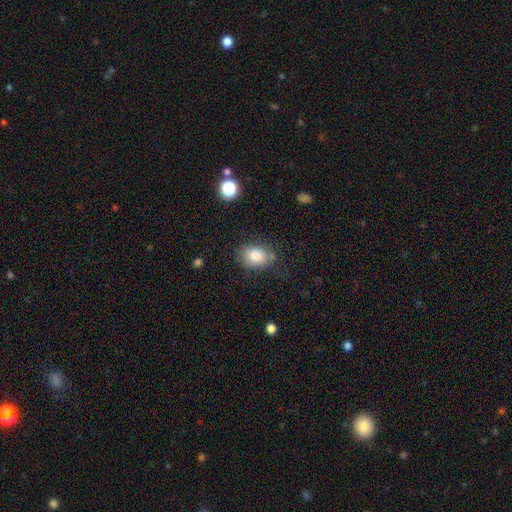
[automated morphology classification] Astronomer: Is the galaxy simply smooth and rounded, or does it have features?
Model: smooth — 83%.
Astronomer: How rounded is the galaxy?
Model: in between — 73%.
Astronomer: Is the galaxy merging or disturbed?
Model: none — 72%.